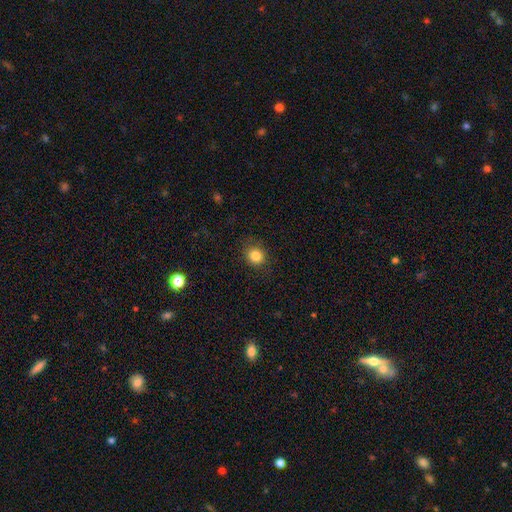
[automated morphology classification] Smooth or featured? Predicted: smooth (p=0.83). How rounded? Predicted: round (p=0.79). Merging? Predicted: none (p=0.84).